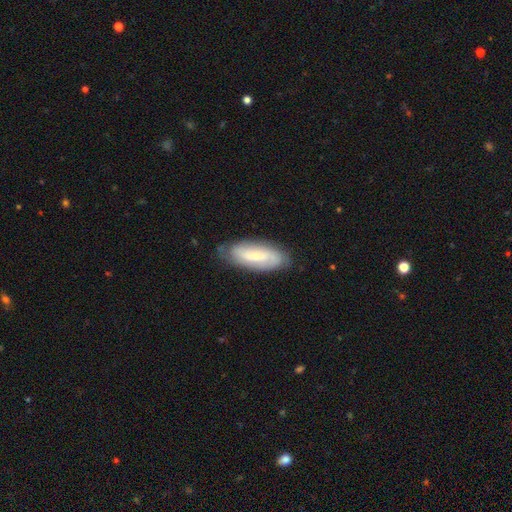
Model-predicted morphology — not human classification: A featured or disk galaxy (59%) with no bar (42%), spiral arms (84%) and a small central bulge (65%).

Vote fractions:
- Smooth or featured? featured or disk: 59% / smooth: 35% / star or artifact: 7%
- Edge-on disk? no: 86% / yes: 14%
- Bar? no: 42% / weak: 38% / strong: 20%
- Spiral arms? yes: 84% / no: 16%
- Bulge size? small: 65% / moderate: 29% / none: 3% / large: 2% / dominant: 1%
- Merging? none: 79% / minor disturbance: 16% / major disturbance: 4% / merger: 1%